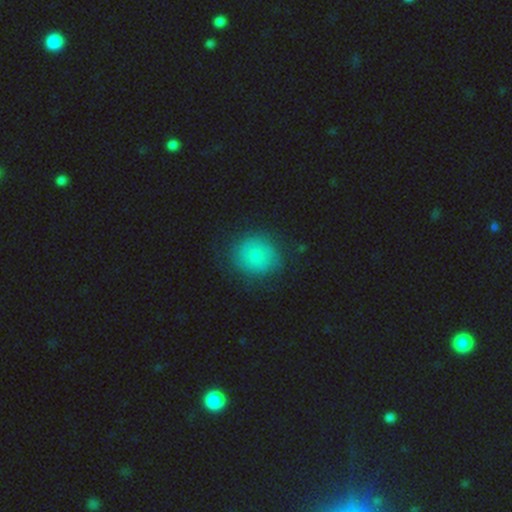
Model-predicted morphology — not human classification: type=smooth (74%); roundness=round (80%); merging=none (76%).